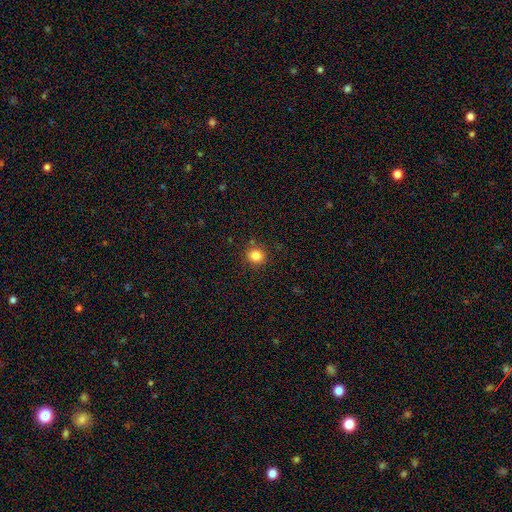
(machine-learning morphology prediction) The model was most divided on "smooth or featured": smooth: 84%, star or artifact: 12%, featured or disk: 5%. More confident: how rounded — round (88%); merging — none (86%).